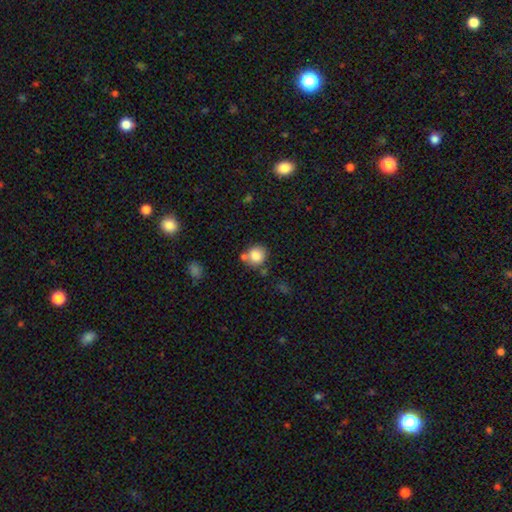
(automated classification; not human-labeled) Overall: smooth (82%). How rounded: round (83%). Merging: none (59%; merger 21%).